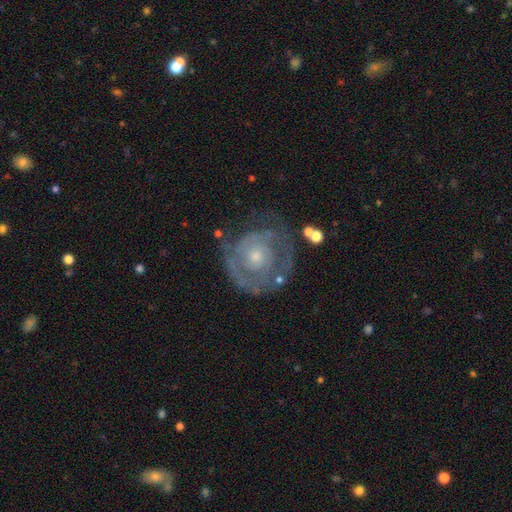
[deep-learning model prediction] Morphology: type=featured or disk (77%); edge-on=no (97%); bar=no (83%); spiral arms=yes (75%); winding=tight (72%); arm count=can't tell (43%); bulge=small (53%); merging=none (63%).